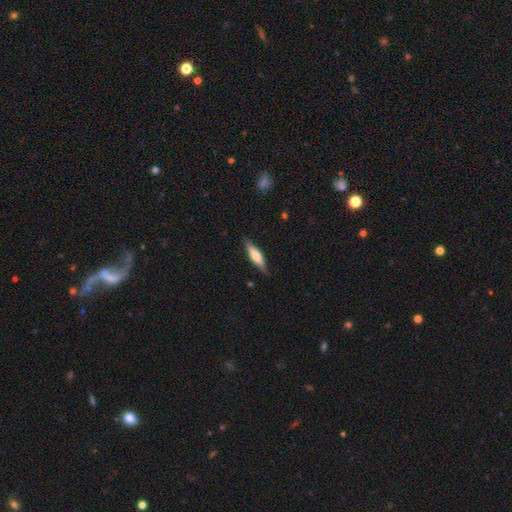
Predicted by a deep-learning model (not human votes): Smooth or featured? smooth (54%)
How rounded? cigar-shaped (70%)
Merging? none (85%)